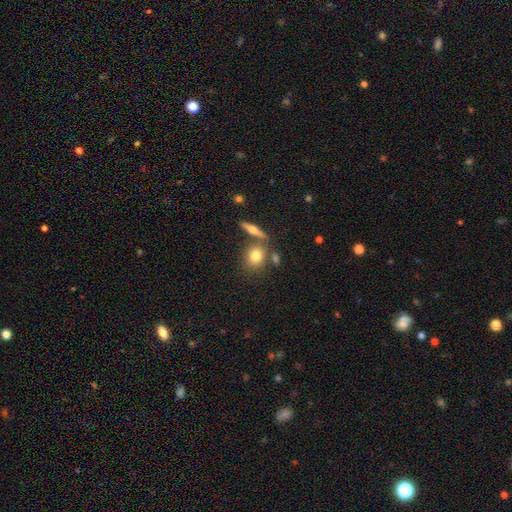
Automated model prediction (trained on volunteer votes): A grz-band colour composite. It shows a smooth galaxy with no disk features (75%) that is round (58%). Merging: none (65%).